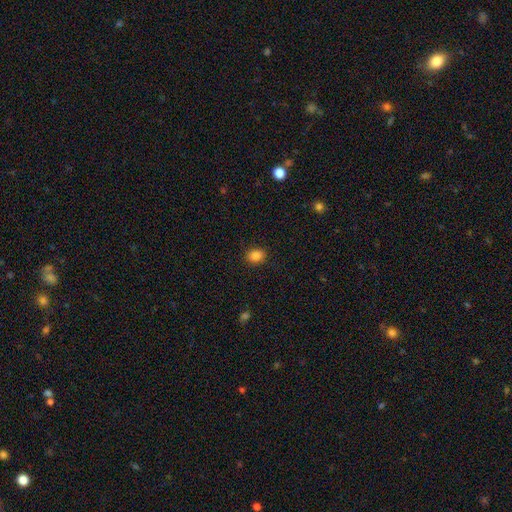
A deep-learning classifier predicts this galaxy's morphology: Smooth or featured?
  - smooth: 86% *
  - star or artifact: 10%
  - featured or disk: 4%
How rounded?
  - in between: 61% *
  - round: 38%
  - cigar-shaped: 1%
Merging?
  - none: 88% *
  - minor disturbance: 8%
  - major disturbance: 2%
  - merger: 1%